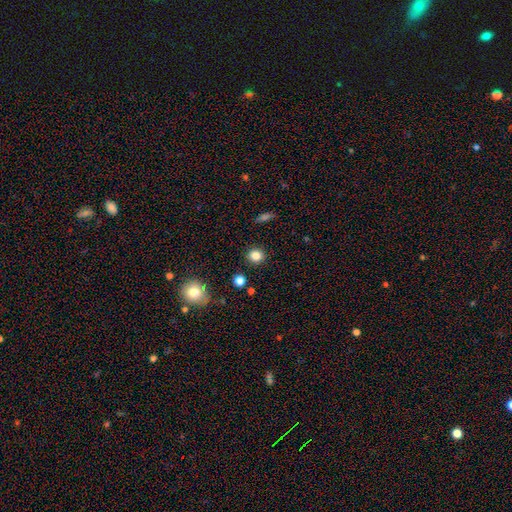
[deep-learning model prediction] smooth-or-featured: smooth: 83% | star or artifact: 12% | featured or disk: 5%
  how-rounded: round: 86% | in between: 13% | cigar-shaped: 1%
  merging: none: 91% | minor disturbance: 6% | major disturbance: 2% | merger: 2%